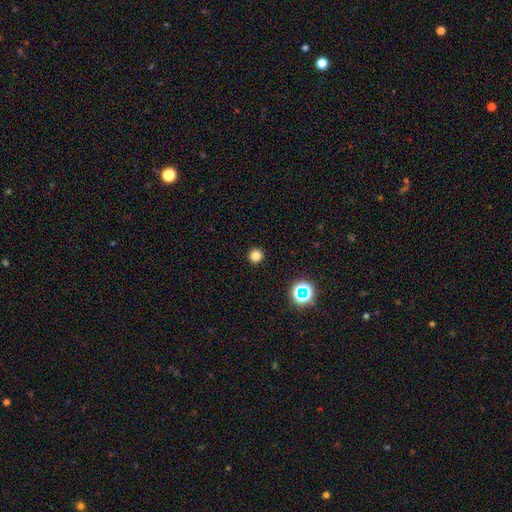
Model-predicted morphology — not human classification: smooth 80%, star or artifact 16%, featured or disk 4%. Down the decision tree: how rounded — round (95%); merging — none (93%).